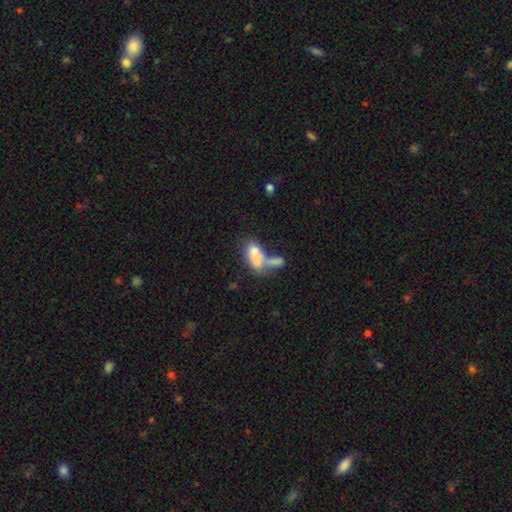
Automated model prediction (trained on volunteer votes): A smooth galaxy with no disk features (70%) that is in between round and cigar-shaped (78%).

Vote fractions:
- Smooth or featured? smooth: 70% / featured or disk: 20% / star or artifact: 9%
- How rounded? in between: 78% / cigar-shaped: 18% / round: 4%
- Merging? merger: 59% / none: 18% / major disturbance: 13% / minor disturbance: 10%